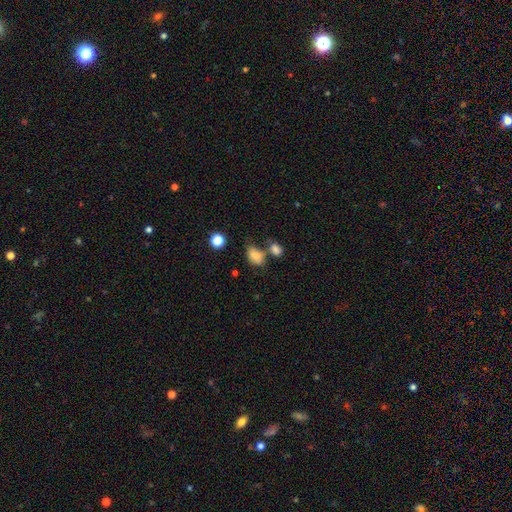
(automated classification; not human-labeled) smooth_or_featured: smooth (p=0.81) [alt: star or artifact p=0.11]
how_rounded: in between (p=0.79) [alt: round p=0.20]
merging: none (p=0.38) [alt: merger p=0.31]